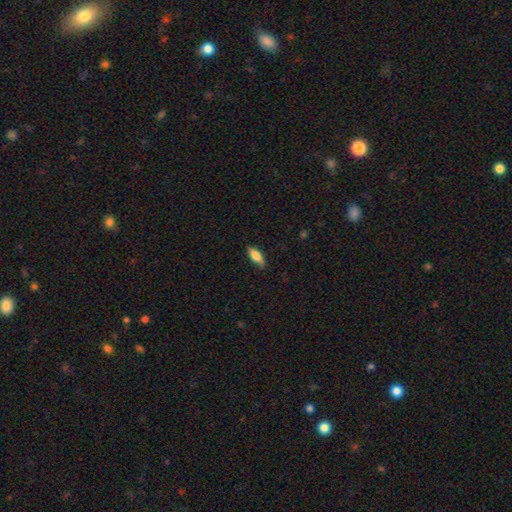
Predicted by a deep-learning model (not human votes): Smooth or featured: smooth — 72% (featured or disk — 21%)
How rounded: in between — 65% (cigar-shaped — 32%)
Merging: none — 82% (minor disturbance — 15%)